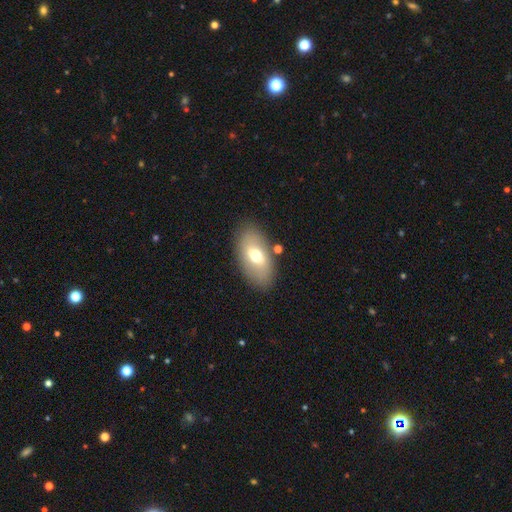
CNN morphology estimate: The model was most divided on "smooth or featured": smooth: 60%, featured or disk: 32%, star or artifact: 8%. More confident: how rounded — in between (91%); merging — none (82%).